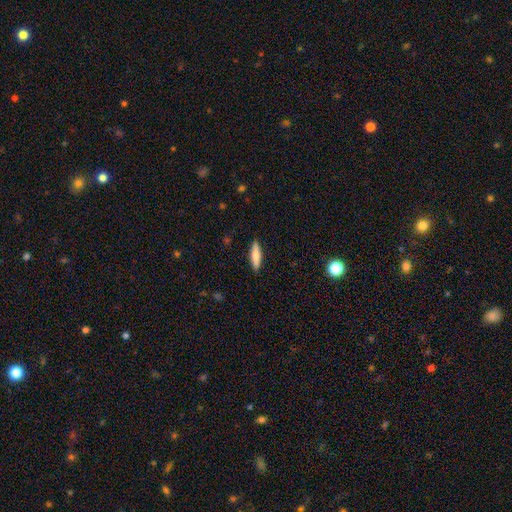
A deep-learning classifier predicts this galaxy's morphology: This is likely a smooth galaxy (75%). How rounded: likely cigar-shaped (69%). Merging: clearly none (89%).